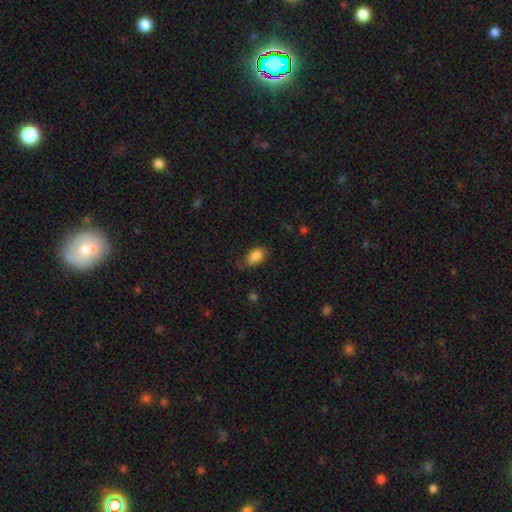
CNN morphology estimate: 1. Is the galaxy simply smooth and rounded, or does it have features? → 83% smooth, 9% featured or disk, 8% star or artifact.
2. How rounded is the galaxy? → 89% in between, 8% round, 3% cigar-shaped.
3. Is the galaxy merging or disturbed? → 58% none, 32% minor disturbance, 8% major disturbance, 2% merger.